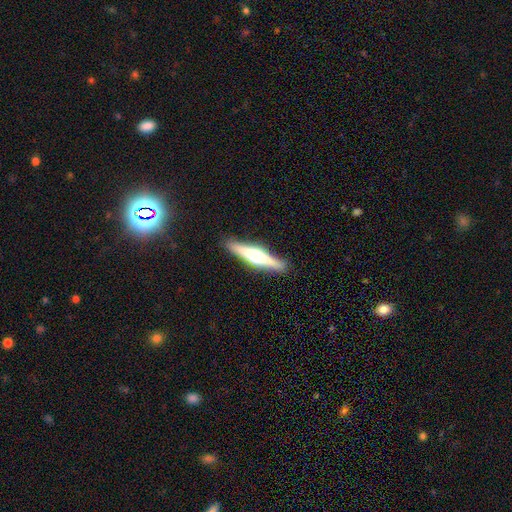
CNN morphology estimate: A featured or disk galaxy (62%) viewed edge-on (97%) with a rounded central bulge (89%).

Vote fractions:
- Smooth or featured? featured or disk: 62% / smooth: 33% / star or artifact: 5%
- Edge-on disk? yes: 97% / no: 3%
- Edge-on bulge? rounded: 89% / boxy: 7% / none: 4%
- Merging? none: 90% / minor disturbance: 7% / major disturbance: 2% / merger: 1%